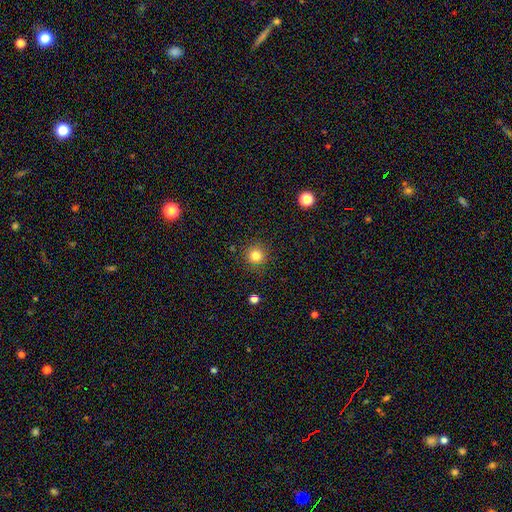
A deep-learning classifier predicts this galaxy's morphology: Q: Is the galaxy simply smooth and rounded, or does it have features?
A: smooth — 81%.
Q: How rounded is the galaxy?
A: round — 94%.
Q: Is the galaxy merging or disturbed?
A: none — 90%.